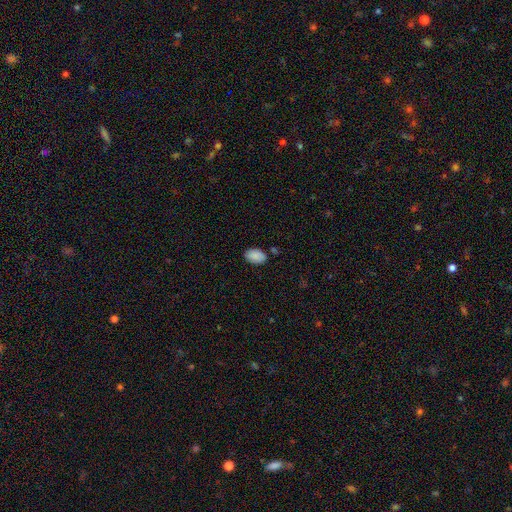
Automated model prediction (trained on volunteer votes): smooth-or-featured: smooth: 89% | star or artifact: 7% | featured or disk: 4%
  how-rounded: in between: 91% | round: 8% | cigar-shaped: 1%
  merging: none: 80% | minor disturbance: 14% | merger: 4% | major disturbance: 3%